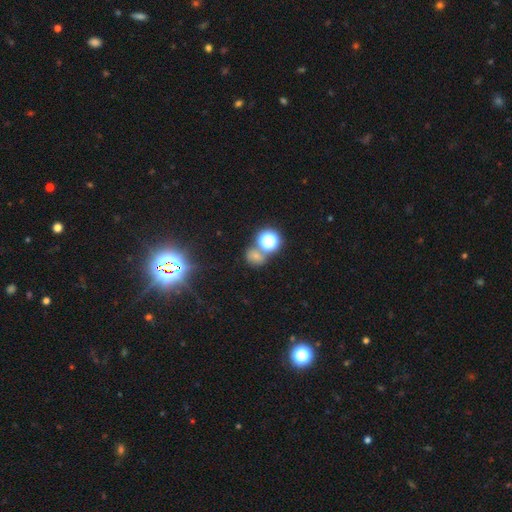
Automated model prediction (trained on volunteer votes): Smooth or featured?
  - smooth: 57% *
  - star or artifact: 34%
  - featured or disk: 9%
How rounded?
  - round: 69% *
  - in between: 29%
  - cigar-shaped: 1%
Merging?
  - none: 58% *
  - merger: 26%
  - minor disturbance: 10%
  - major disturbance: 5%